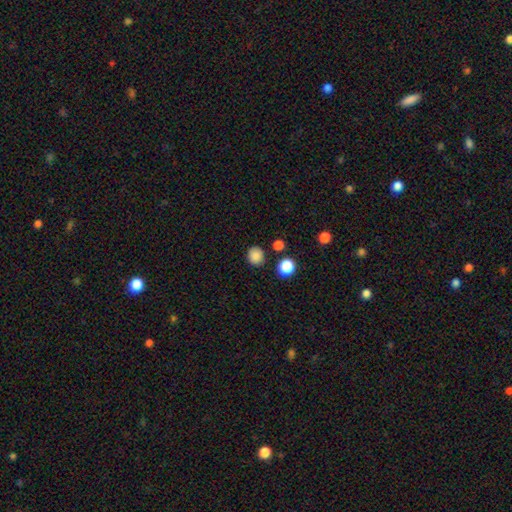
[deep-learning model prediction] The model was most divided on "how rounded": round: 85%, in between: 14%, cigar-shaped: 1%. More confident: smooth or featured — smooth (84%); merging — none (84%).